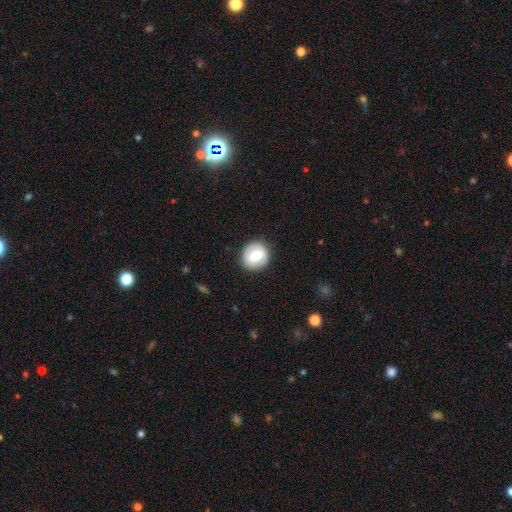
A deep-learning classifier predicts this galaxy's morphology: type=smooth (53%); roundness=round (83%); merging=none (86%).